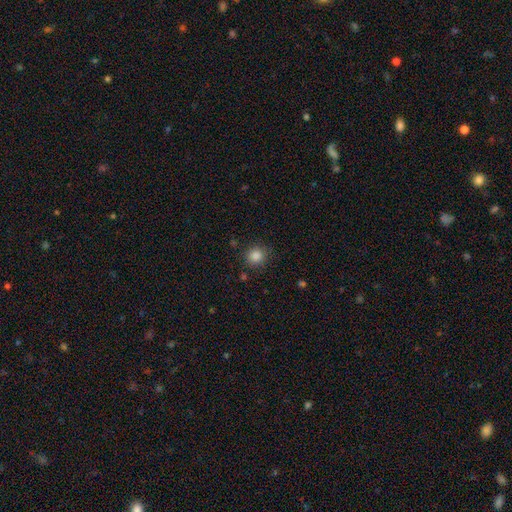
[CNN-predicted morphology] Smooth or featured?
  - smooth: 85% *
  - star or artifact: 11%
  - featured or disk: 4%
How rounded?
  - round: 86% *
  - in between: 13%
  - cigar-shaped: 1%
Merging?
  - none: 85% *
  - minor disturbance: 10%
  - major disturbance: 3%
  - merger: 2%